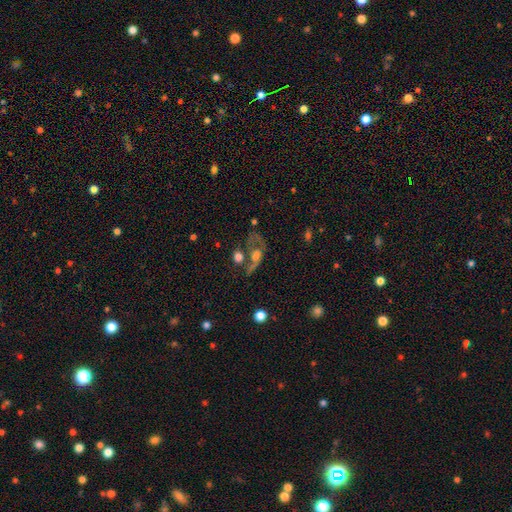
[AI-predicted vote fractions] smooth_or_featured: featured or disk (p=0.49) [alt: smooth p=0.33]
merging: merger (p=0.33) [alt: major disturbance p=0.28]